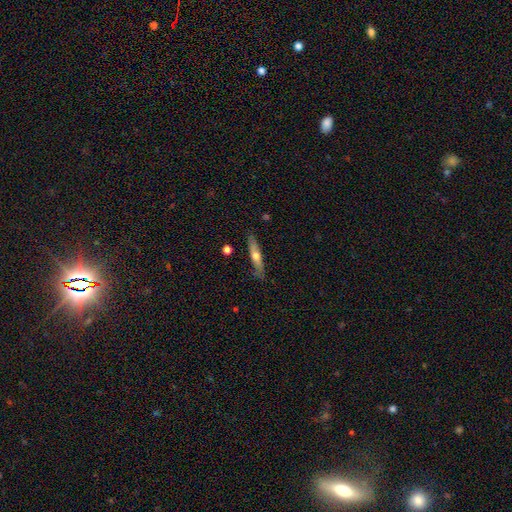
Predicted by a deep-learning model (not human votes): smooth 49%, featured or disk 45%, star or artifact 6%. Down the decision tree: merging — none (84%).